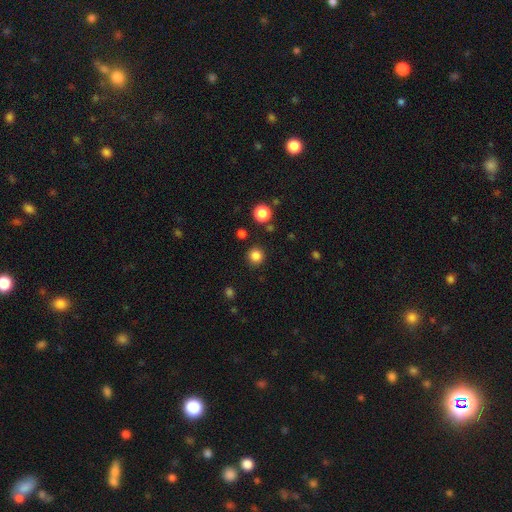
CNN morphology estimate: Smooth or featured: smooth — 84% (star or artifact — 13%)
How rounded: round — 94% (in between — 5%)
Merging: none — 90% (minor disturbance — 6%)